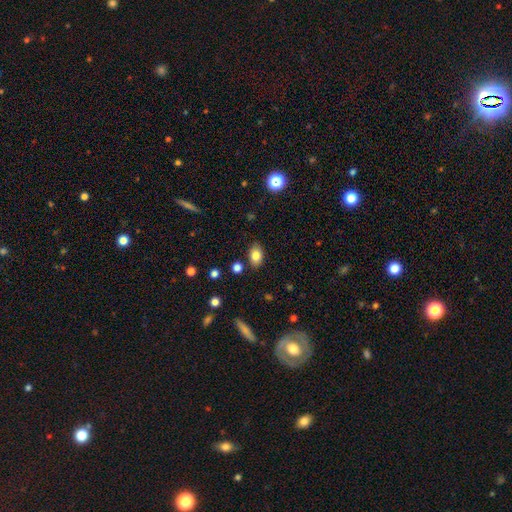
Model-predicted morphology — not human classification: Smooth or featured?
  - smooth: 82% *
  - star or artifact: 9%
  - featured or disk: 9%
How rounded?
  - in between: 85% *
  - round: 14%
  - cigar-shaped: 1%
Merging?
  - none: 85% *
  - minor disturbance: 10%
  - merger: 3%
  - major disturbance: 2%